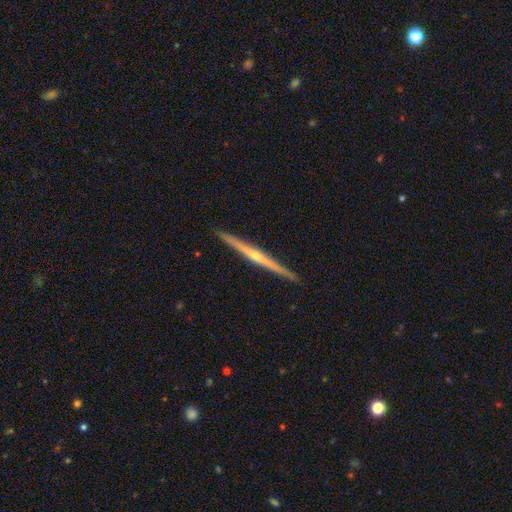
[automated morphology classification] Smooth or featured? featured or disk (79%)
Edge-on disk? yes (98%)
Edge-on bulge? rounded (71%)
Merging? none (92%)